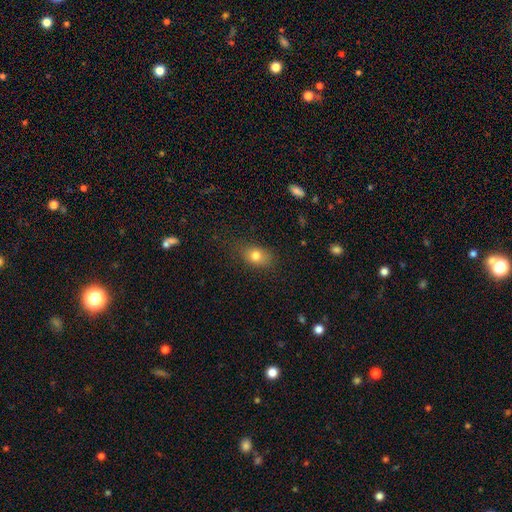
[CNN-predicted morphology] Smooth or featured: smooth — 78% (star or artifact — 12%)
How rounded: in between — 72% (round — 25%)
Merging: none — 76% (minor disturbance — 18%)